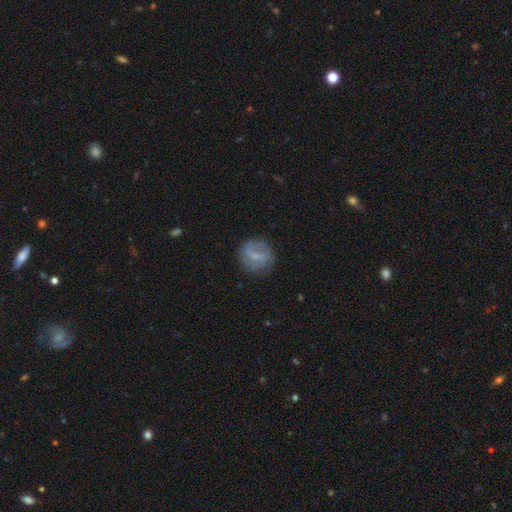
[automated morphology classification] Overall: featured or disk (47%; smooth 45%). Merging: none (74%).